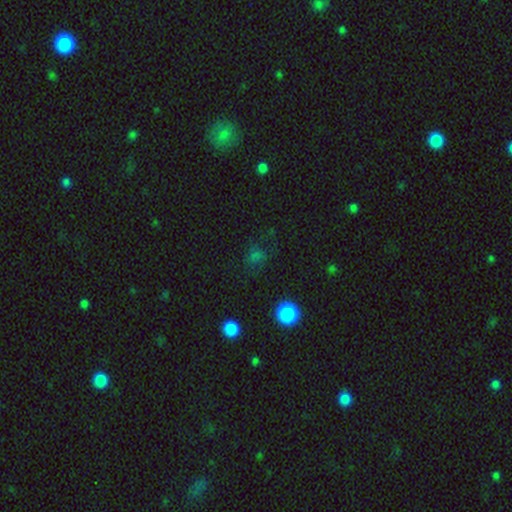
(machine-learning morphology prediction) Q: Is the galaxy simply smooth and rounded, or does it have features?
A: smooth — 54%.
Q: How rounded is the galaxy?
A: round — 74%.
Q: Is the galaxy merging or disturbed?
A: none — 76%.